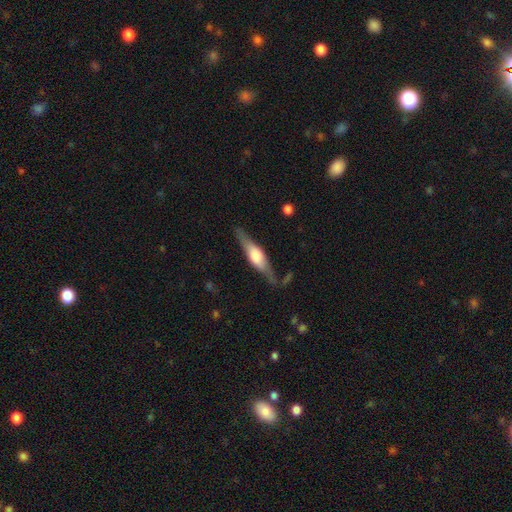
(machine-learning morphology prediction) smooth_or_featured: featured or disk (p=0.67) [alt: smooth p=0.28]
disk_edge_on: yes (p=0.94) [alt: no p=0.06]
edge_on_bulge: rounded (p=0.79) [alt: boxy p=0.17]
merging: none (p=0.79) [alt: minor disturbance p=0.14]